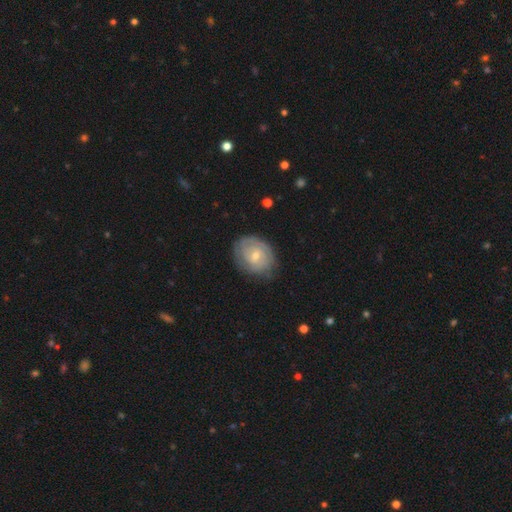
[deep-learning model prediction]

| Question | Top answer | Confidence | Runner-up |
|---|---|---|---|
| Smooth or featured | featured or disk | 65% | smooth (29%) |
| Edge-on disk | no | 97% | yes (3%) |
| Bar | no | 53% | weak (41%) |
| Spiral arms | yes | 83% | no (17%) |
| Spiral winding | tight | 71% | medium (22%) |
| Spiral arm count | can't tell | 43% | 2 (35%) |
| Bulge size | small | 55% | moderate (41%) |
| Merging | none | 75% | minor disturbance (19%) |